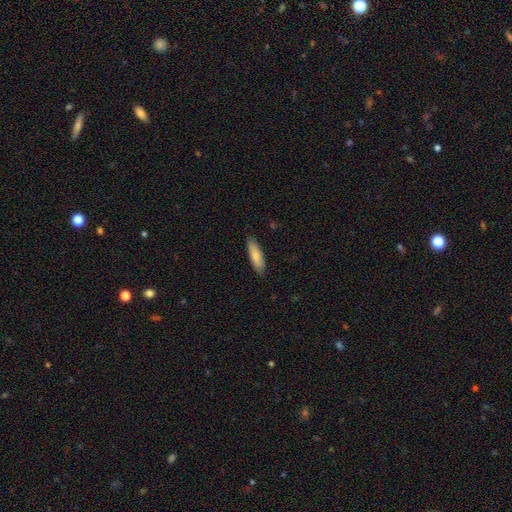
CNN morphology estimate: Smooth or featured? smooth (81%)
How rounded? cigar-shaped (55%)
Merging? none (86%)